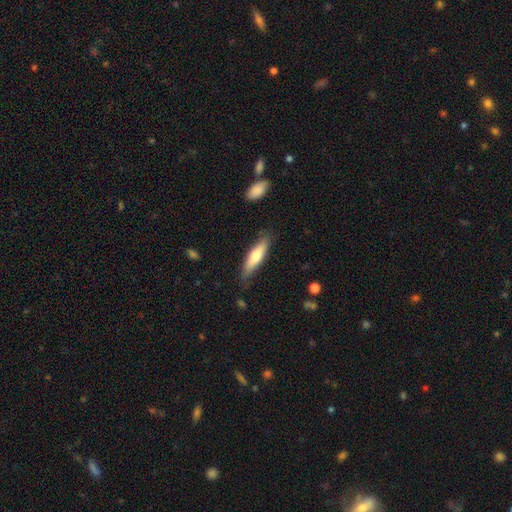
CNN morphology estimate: Q: Smooth or featured?
A: smooth (65%); runner-up: featured or disk (30%)
Q: How rounded?
A: cigar-shaped (68%); runner-up: in between (31%)
Q: Merging?
A: none (81%); runner-up: minor disturbance (15%)